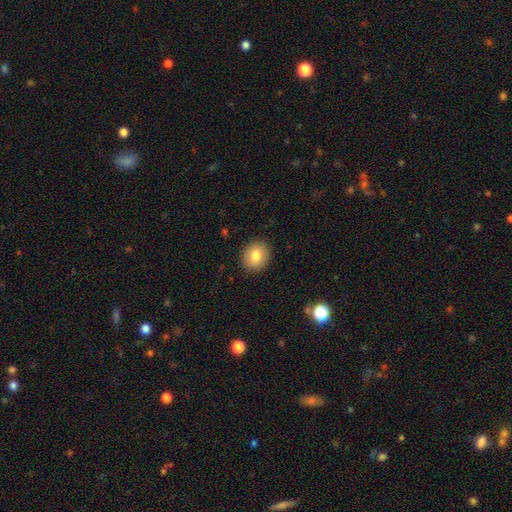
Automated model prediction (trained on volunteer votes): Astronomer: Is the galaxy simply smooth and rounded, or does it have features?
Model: smooth — 81%.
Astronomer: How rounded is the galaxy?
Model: round — 71%.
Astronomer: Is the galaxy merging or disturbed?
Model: none — 90%.